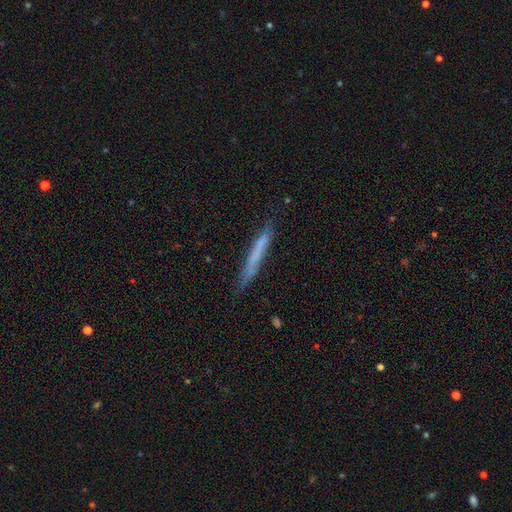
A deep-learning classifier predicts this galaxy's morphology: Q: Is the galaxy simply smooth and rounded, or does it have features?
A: smooth — 57%.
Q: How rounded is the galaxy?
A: cigar-shaped — 96%.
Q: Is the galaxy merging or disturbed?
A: none — 80%.